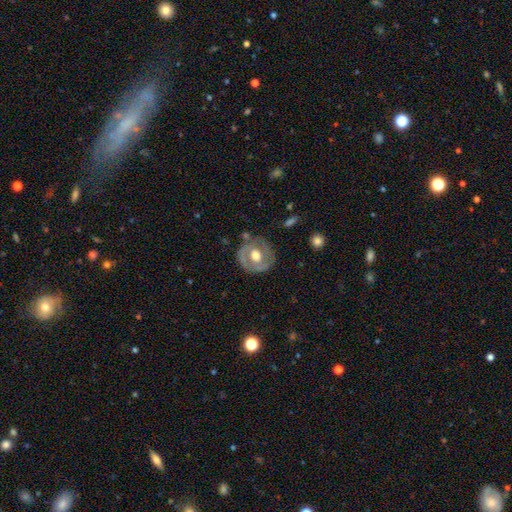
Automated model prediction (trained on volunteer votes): This is possibly a featured or disk galaxy (59%). It is clearly not viewed edge-on (95%). Bar: likely no (67%). Spiral arm pattern: likely no (62%). Central bulge: likely moderate (66%). Merging: likely none (73%).